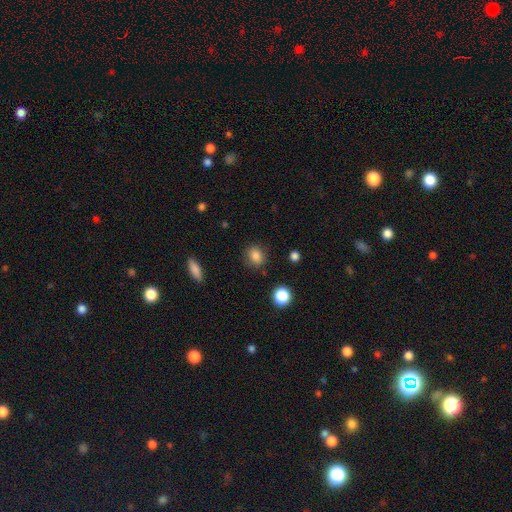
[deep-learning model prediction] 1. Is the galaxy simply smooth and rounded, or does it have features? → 84% smooth, 10% star or artifact, 5% featured or disk.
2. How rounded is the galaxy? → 59% round, 40% in between, 1% cigar-shaped.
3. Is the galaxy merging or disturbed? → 83% none, 12% minor disturbance, 3% major disturbance, 2% merger.